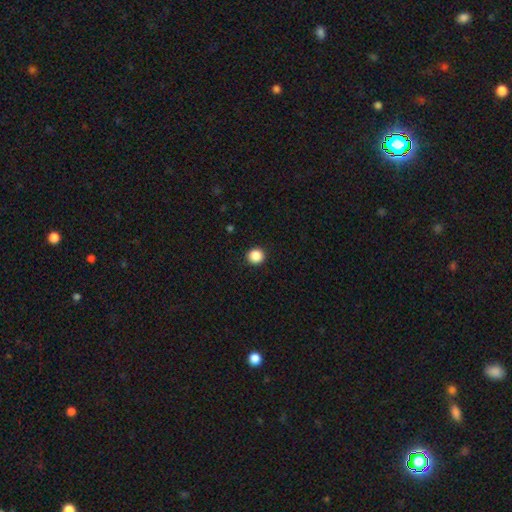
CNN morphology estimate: This appears to be a smooth galaxy with no disk features (88%) that is round (94%). Merging: none (93%).